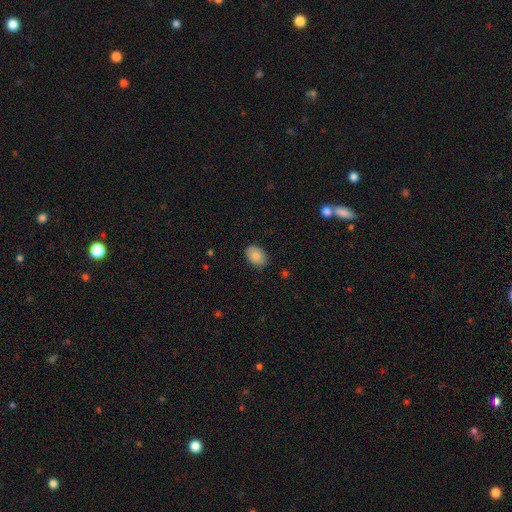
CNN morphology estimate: This appears to be a smooth galaxy with no disk features (85%) that is in between round and cigar-shaped (85%). Merging: none (85%).